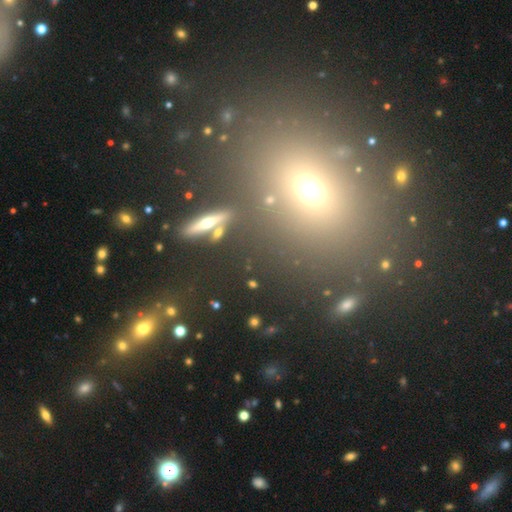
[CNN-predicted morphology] Overall: smooth (55%; star or artifact 33%). How rounded: in between (56%; round 41%). Merging: none (81%).